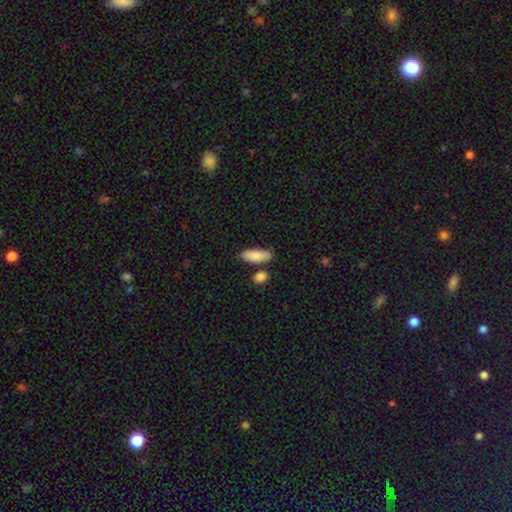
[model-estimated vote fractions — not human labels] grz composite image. It shows a smooth galaxy with no disk features (87%) that is in between round and cigar-shaped (69%). Merging: none (76%).